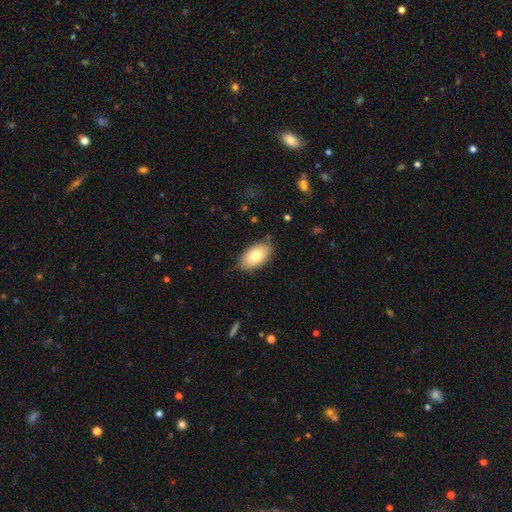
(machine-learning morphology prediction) The model was most divided on "smooth or featured": smooth: 75%, featured or disk: 19%, star or artifact: 7%. More confident: how rounded — in between (93%); merging — none (77%).